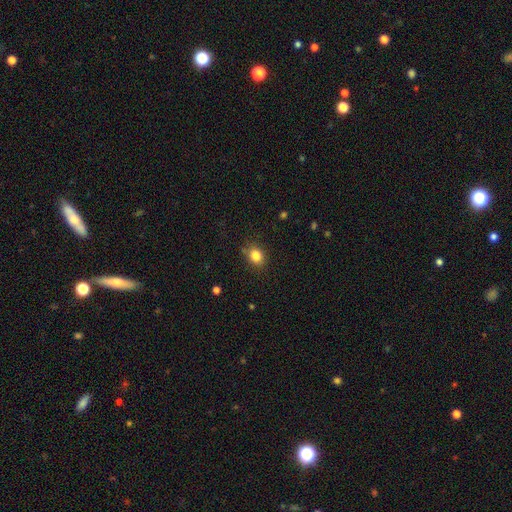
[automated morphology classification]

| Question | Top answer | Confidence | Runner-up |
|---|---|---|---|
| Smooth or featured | smooth | 83% | star or artifact (11%) |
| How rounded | round | 50% | in between (48%) |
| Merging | none | 80% | minor disturbance (15%) |